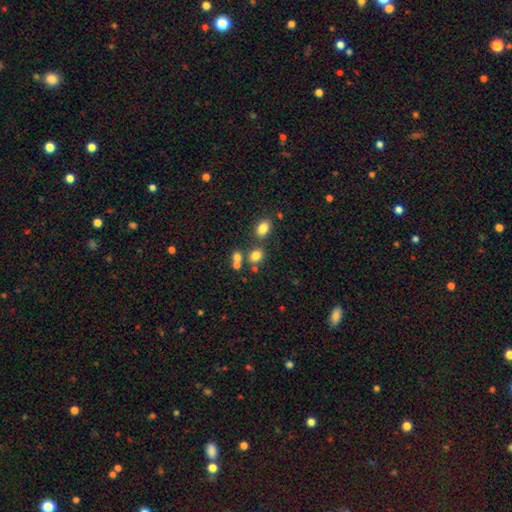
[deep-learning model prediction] A smooth galaxy with no disk features (78%) that is round (55%).

Vote fractions:
- Smooth or featured? smooth: 78% / star or artifact: 14% / featured or disk: 8%
- How rounded? round: 55% / in between: 43% / cigar-shaped: 1%
- Merging? none: 61% / merger: 24% / minor disturbance: 10% / major disturbance: 4%